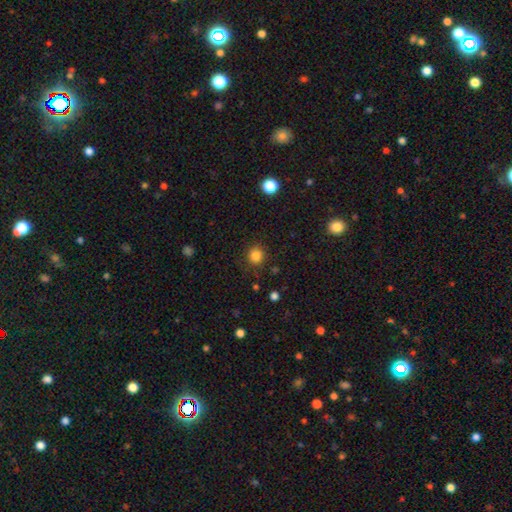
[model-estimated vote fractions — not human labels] Smooth or featured? smooth (84%)
How rounded? round (91%)
Merging? none (88%)